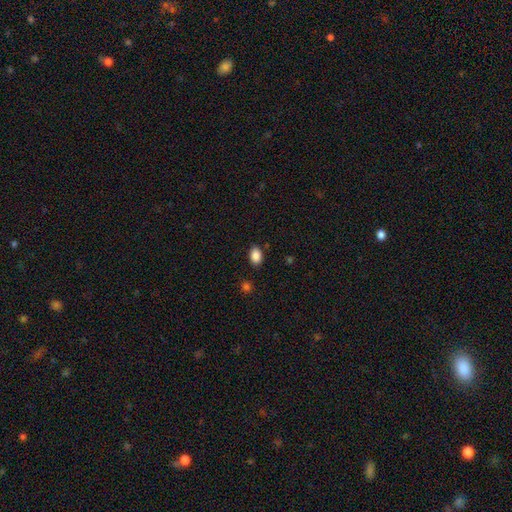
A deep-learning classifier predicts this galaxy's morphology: Smooth or featured? smooth (87%)
How rounded? in between (83%)
Merging? none (85%)